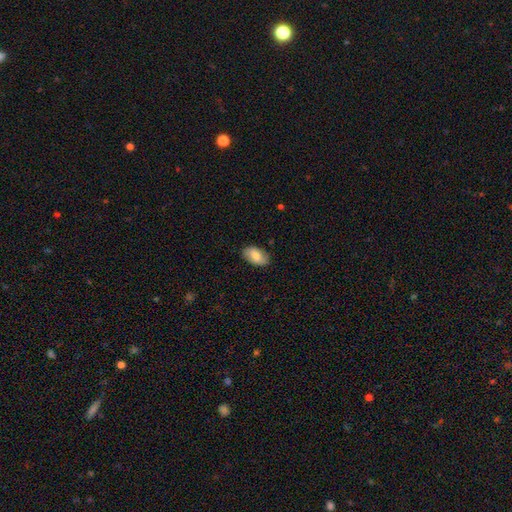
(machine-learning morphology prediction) This is likely a smooth galaxy (76%). How rounded: clearly in between (94%). Merging: clearly none (85%).